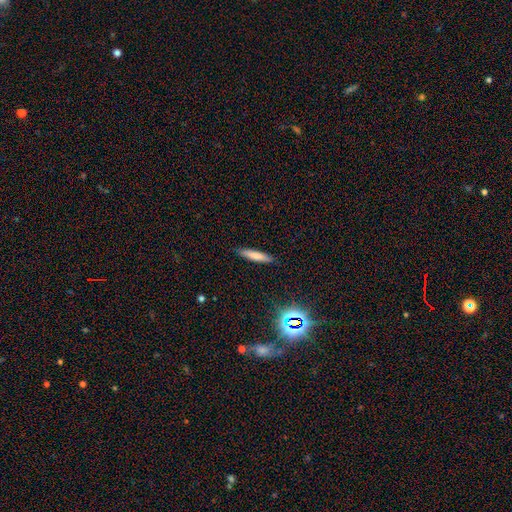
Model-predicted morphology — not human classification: Smooth or featured? smooth (74%)
How rounded? cigar-shaped (88%)
Merging? none (89%)